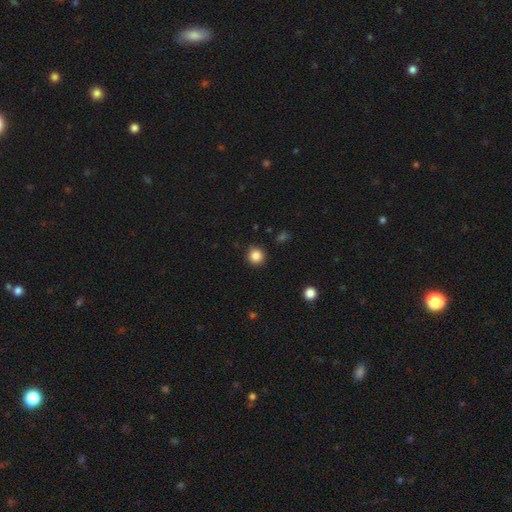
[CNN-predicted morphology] Smooth or featured: smooth — 85% (star or artifact — 11%)
How rounded: round — 92% (in between — 8%)
Merging: none — 90% (minor disturbance — 6%)